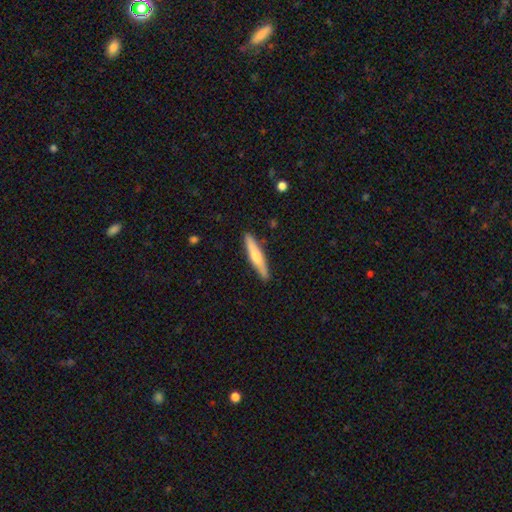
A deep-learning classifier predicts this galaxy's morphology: Smooth or featured?
  - smooth: 51% *
  - featured or disk: 44%
  - star or artifact: 5%
How rounded?
  - cigar-shaped: 89% *
  - in between: 9%
  - round: 2%
Merging?
  - none: 89% *
  - minor disturbance: 8%
  - major disturbance: 2%
  - merger: 1%